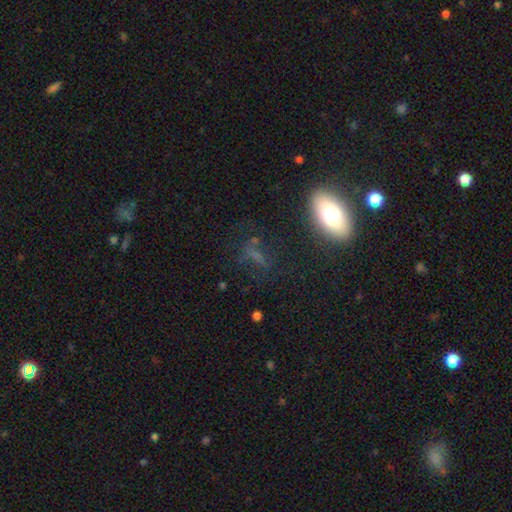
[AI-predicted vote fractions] Q: Smooth or featured?
A: smooth (47%); runner-up: star or artifact (28%)
Q: Merging?
A: none (72%); runner-up: minor disturbance (14%)